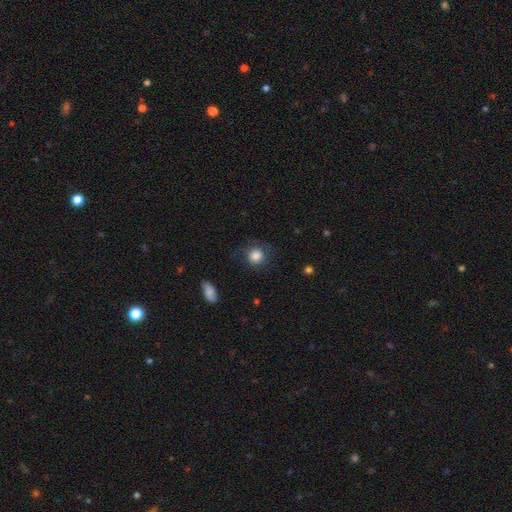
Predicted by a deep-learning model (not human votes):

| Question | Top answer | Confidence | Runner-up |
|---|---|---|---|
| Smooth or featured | smooth | 84% | star or artifact (9%) |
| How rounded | round | 90% | in between (9%) |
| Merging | none | 71% | minor disturbance (17%) |